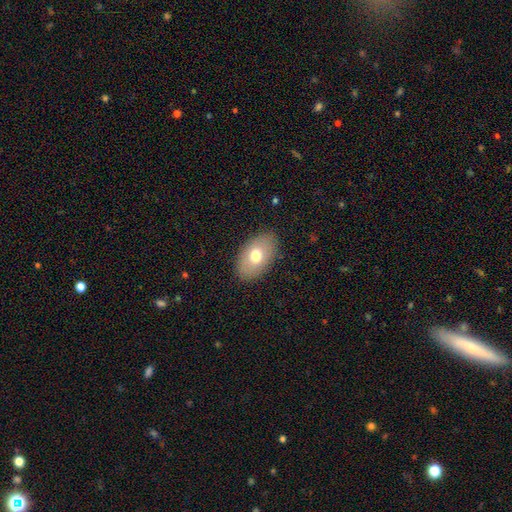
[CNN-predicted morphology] smooth-or-featured: smooth: 70% | featured or disk: 23% | star or artifact: 7%
  how-rounded: in between: 91% | round: 7% | cigar-shaped: 1%
  merging: none: 85% | minor disturbance: 11% | major disturbance: 3% | merger: 1%